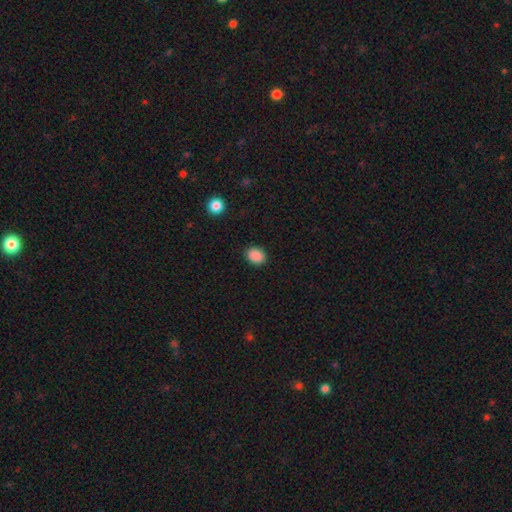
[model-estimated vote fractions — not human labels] smooth_or_featured: smooth (p=0.89) [alt: star or artifact p=0.09]
how_rounded: in between (p=0.52) [alt: round p=0.47]
merging: none (p=0.89) [alt: minor disturbance p=0.08]